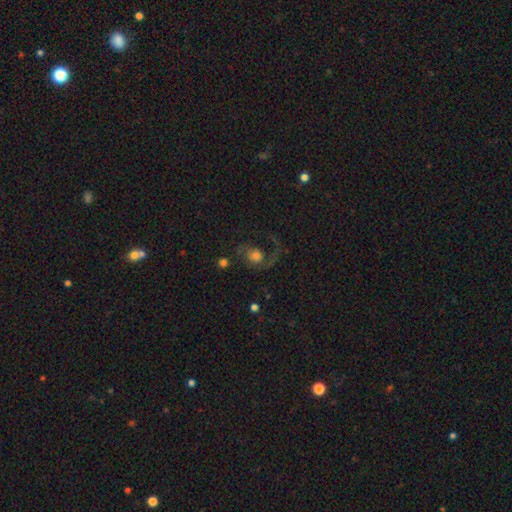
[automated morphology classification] smooth_or_featured: featured or disk (p=0.59) [alt: smooth p=0.29]
disk_edge_on: no (p=0.97) [alt: yes p=0.03]
bar: no (p=0.75) [alt: weak p=0.21]
has_spiral_arms: yes (p=0.85) [alt: no p=0.15]
bulge_size: moderate (p=0.42) [alt: large p=0.29]
merging: none (p=0.45) [alt: major disturbance p=0.35]